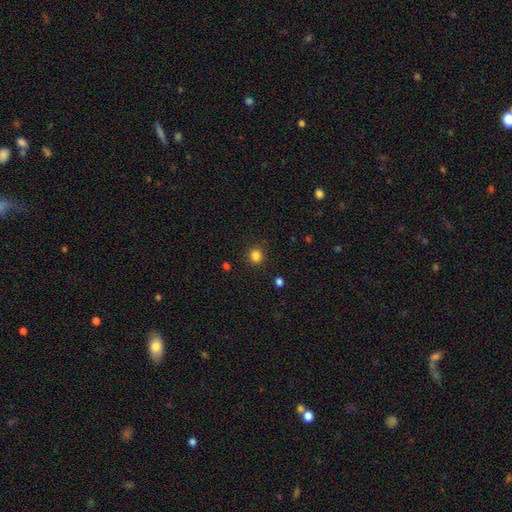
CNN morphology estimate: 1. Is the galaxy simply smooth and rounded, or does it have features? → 83% smooth, 13% star or artifact, 4% featured or disk.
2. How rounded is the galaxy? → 89% round, 10% in between, 1% cigar-shaped.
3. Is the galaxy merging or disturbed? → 89% none, 7% minor disturbance, 2% major disturbance, 1% merger.